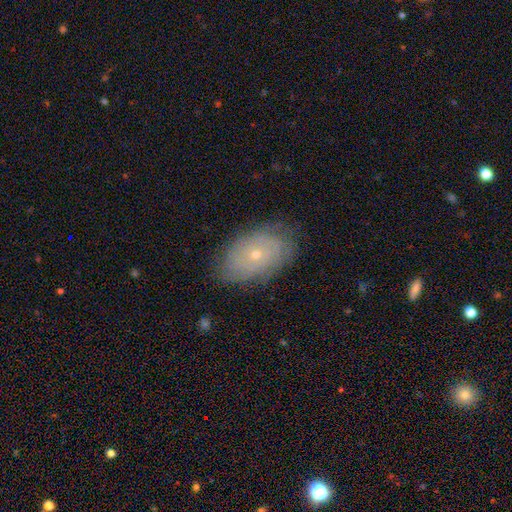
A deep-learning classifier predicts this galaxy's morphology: smooth_or_featured: featured or disk (p=0.52) [alt: smooth p=0.37]
disk_edge_on: no (p=0.91) [alt: yes p=0.09]
merging: none (p=0.80) [alt: minor disturbance p=0.15]